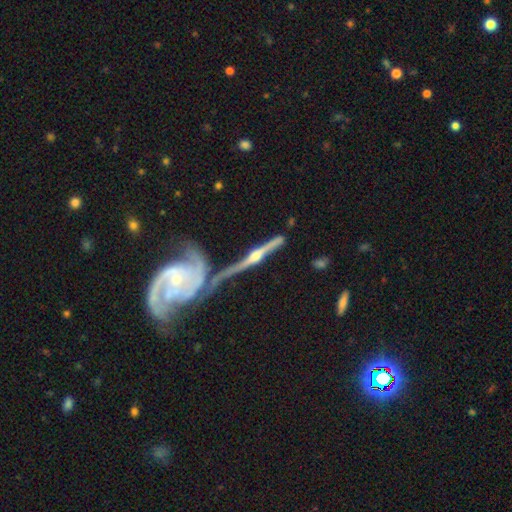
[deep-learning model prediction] Smooth or featured? Predicted: featured or disk (p=0.82). Edge-on disk? Predicted: yes (p=0.91). Edge-on bulge? Predicted: rounded (p=0.91). Merging? Predicted: none (p=0.51).